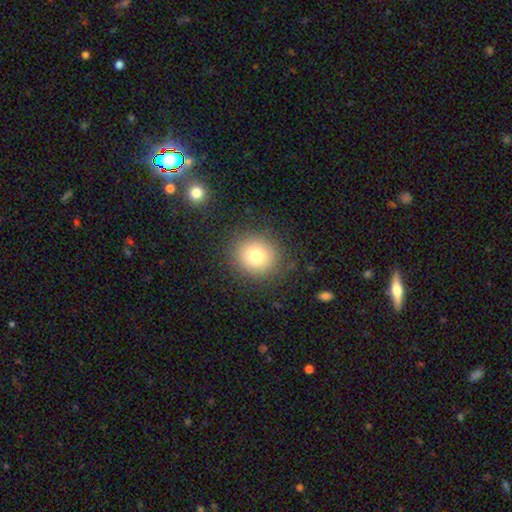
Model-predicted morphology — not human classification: Smooth or featured?
  - smooth: 76% *
  - star or artifact: 14%
  - featured or disk: 11%
How rounded?
  - round: 87% *
  - in between: 12%
  - cigar-shaped: 1%
Merging?
  - none: 87% *
  - minor disturbance: 8%
  - major disturbance: 4%
  - merger: 1%